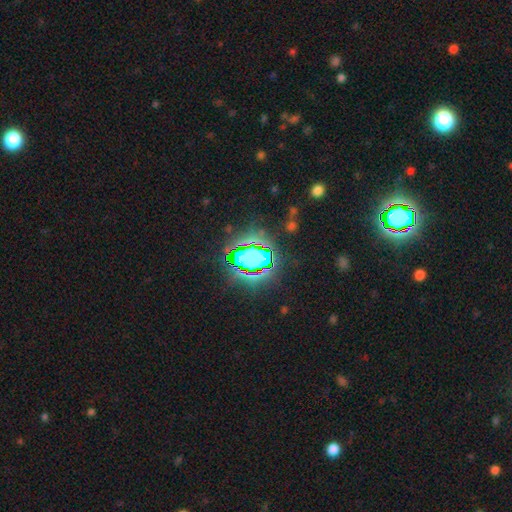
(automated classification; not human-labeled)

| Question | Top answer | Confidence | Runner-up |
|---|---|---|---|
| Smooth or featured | star or artifact | 78% | smooth (14%) |